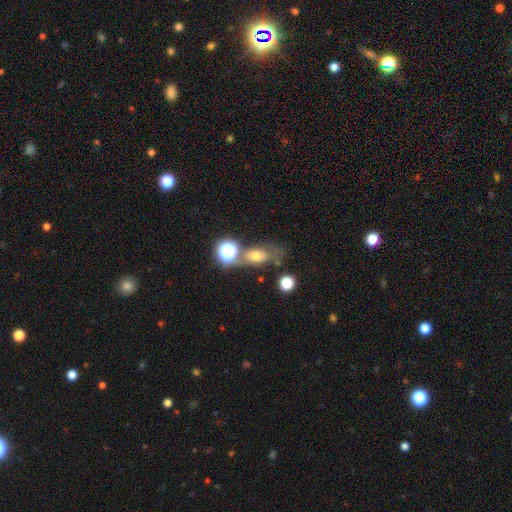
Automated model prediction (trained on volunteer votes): This is possibly a smooth galaxy (56%). How rounded: likely in between (64%). Merging: possibly none (47%).